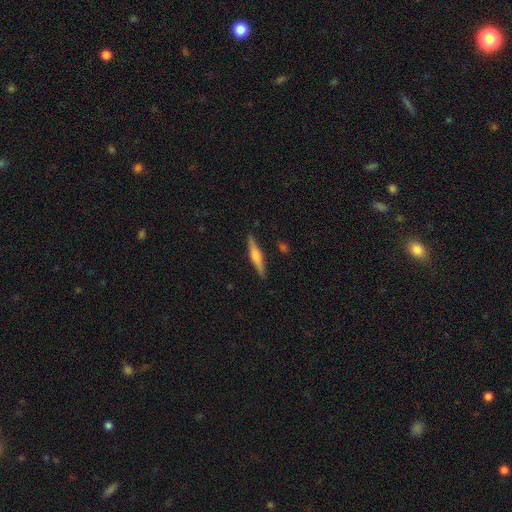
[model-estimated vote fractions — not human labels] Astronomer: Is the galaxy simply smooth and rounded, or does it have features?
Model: featured or disk — 60% (runner-up: smooth, 35%).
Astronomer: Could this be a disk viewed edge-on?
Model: yes — 97%.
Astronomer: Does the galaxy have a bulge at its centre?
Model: rounded — 80%.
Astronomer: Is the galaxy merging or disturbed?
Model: none — 89%.